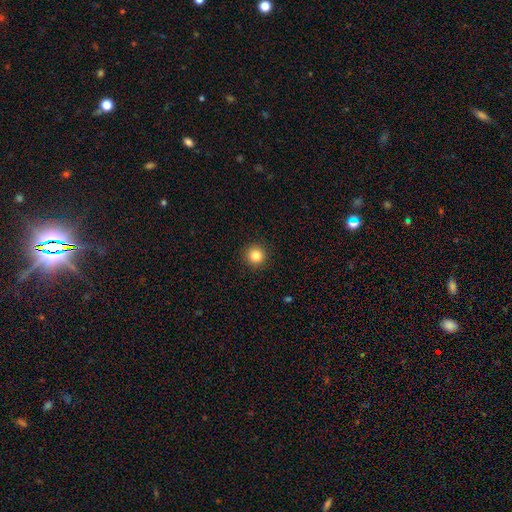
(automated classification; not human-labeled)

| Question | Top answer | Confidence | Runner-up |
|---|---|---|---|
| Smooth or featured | smooth | 85% | star or artifact (11%) |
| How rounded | round | 95% | in between (4%) |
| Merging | none | 92% | minor disturbance (5%) |